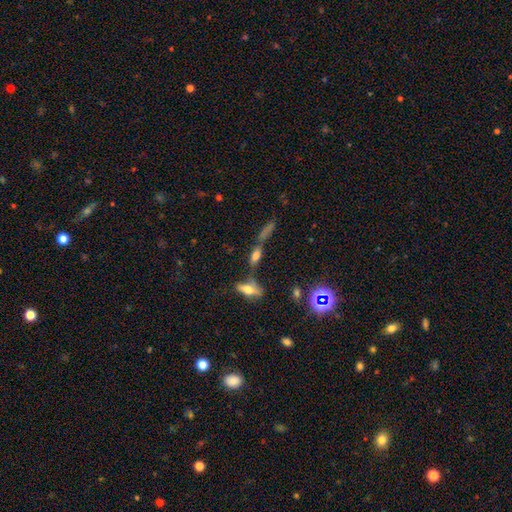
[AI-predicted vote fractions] A smooth galaxy with no disk features (57%) that is in between round and cigar-shaped (54%). Merging: none (46%).